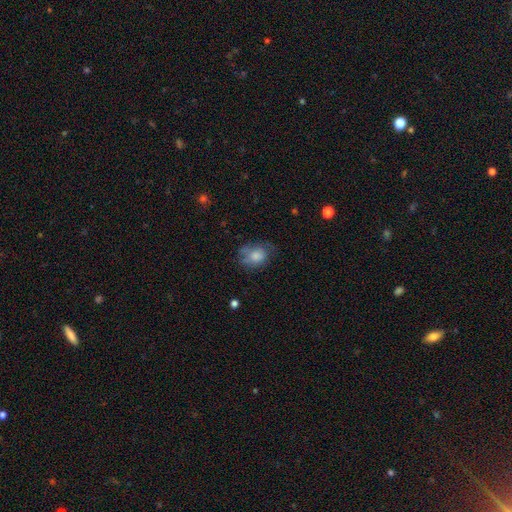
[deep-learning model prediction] Smooth or featured? Predicted: smooth (p=0.68). How rounded? Predicted: in between (p=0.61). Merging? Predicted: none (p=0.49).